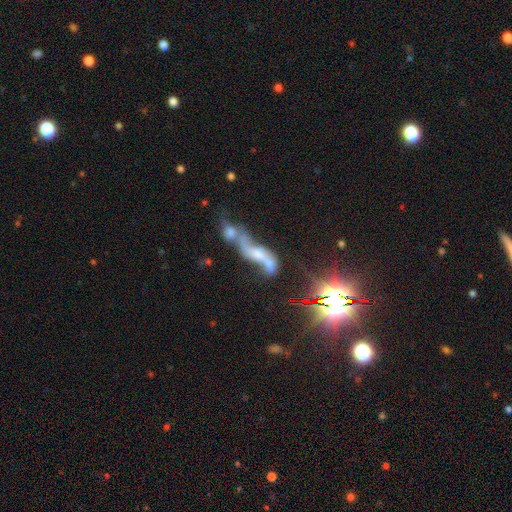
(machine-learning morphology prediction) A featured or disk galaxy (46%).

Vote fractions:
- Smooth or featured? featured or disk: 46% / star or artifact: 33% / smooth: 21%
- Merging? merger: 43% / none: 26% / major disturbance: 19% / minor disturbance: 12%